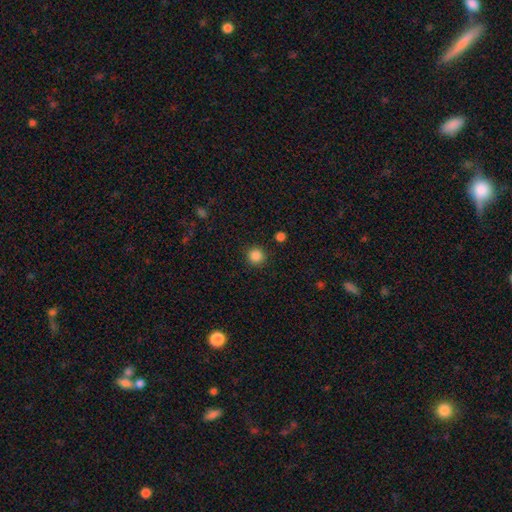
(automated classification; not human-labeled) This is clearly a smooth galaxy (86%). How rounded: clearly round (95%). Merging: clearly none (91%).